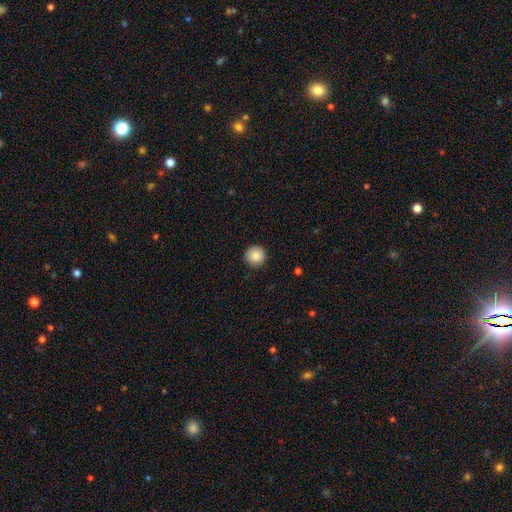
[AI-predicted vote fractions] A smooth galaxy with no disk features (86%) that is round (95%).

Vote fractions:
- Smooth or featured? smooth: 86% / star or artifact: 8% / featured or disk: 5%
- How rounded? round: 95% / in between: 4% / cigar-shaped: 1%
- Merging? none: 89% / minor disturbance: 8% / major disturbance: 2% / merger: 1%